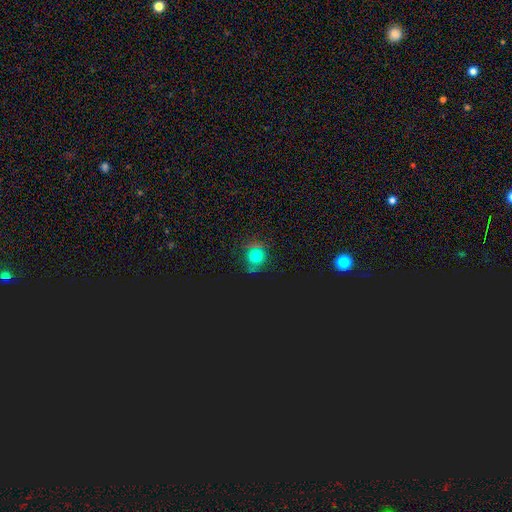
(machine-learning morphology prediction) Smooth or featured: smooth — 55% (star or artifact — 34%)
How rounded: round — 87% (in between — 11%)
Merging: none — 78% (minor disturbance — 14%)